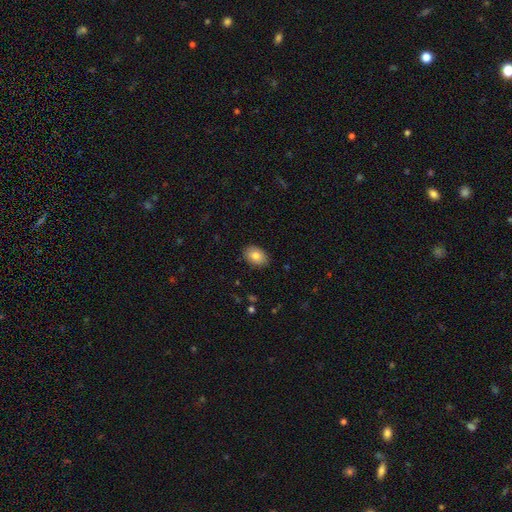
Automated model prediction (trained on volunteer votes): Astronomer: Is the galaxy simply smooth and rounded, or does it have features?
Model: smooth — 82%.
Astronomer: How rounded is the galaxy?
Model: in between — 79%.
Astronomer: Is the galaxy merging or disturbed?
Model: none — 86%.